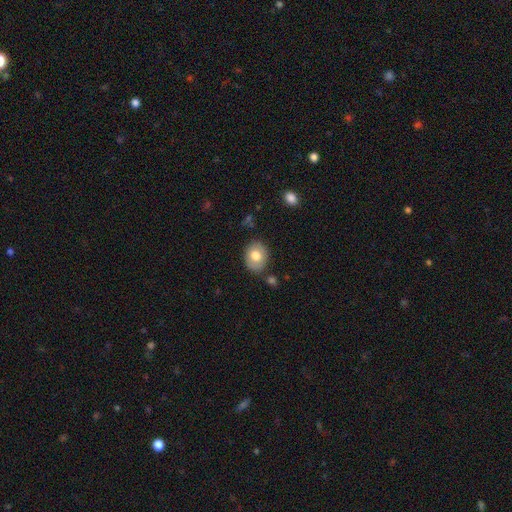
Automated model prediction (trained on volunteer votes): Morphology: type=smooth (73%); roundness=in between (54%); merging=none (79%).